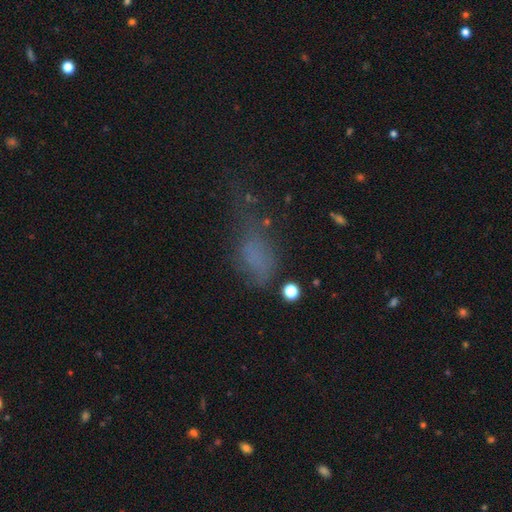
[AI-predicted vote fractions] This appears to be a smooth galaxy with no disk features (56%) that is in between round and cigar-shaped (75%). Merging: major disturbance (39%).